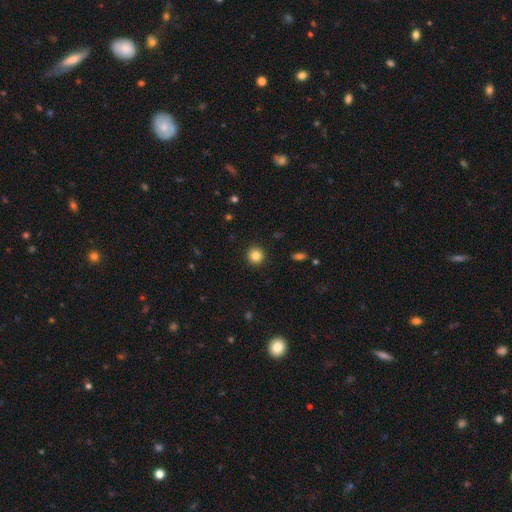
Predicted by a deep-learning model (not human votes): smooth 84%, star or artifact 11%, featured or disk 5%. Down the decision tree: how rounded — round (94%); merging — none (93%).